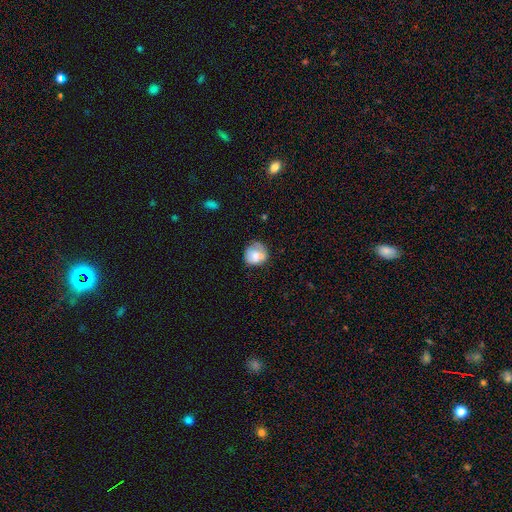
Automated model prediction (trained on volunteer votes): A smooth galaxy with no disk features (65%) that is round (79%). Merging: none (53%).